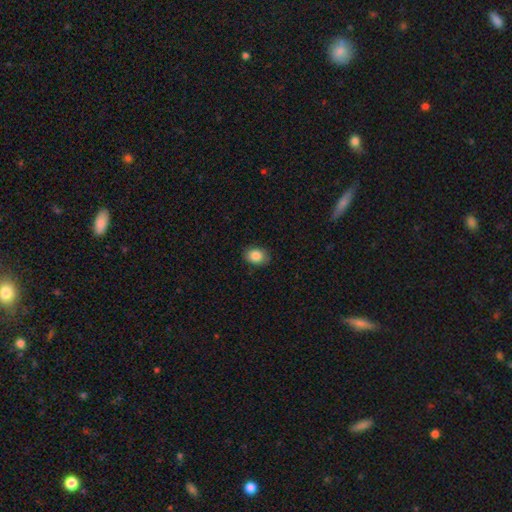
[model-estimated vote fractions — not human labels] A smooth galaxy with no disk features (86%) that is in between round and cigar-shaped (65%).

Vote fractions:
- Smooth or featured? smooth: 86% / star or artifact: 8% / featured or disk: 5%
- How rounded? in between: 65% / round: 35% / cigar-shaped: 1%
- Merging? none: 85% / minor disturbance: 12% / major disturbance: 2% / merger: 1%